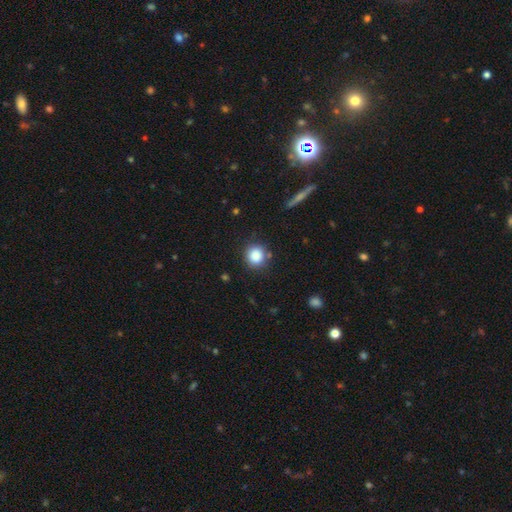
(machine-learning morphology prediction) A smooth galaxy with no disk features (86%) that is round (87%). Merging: none (84%).